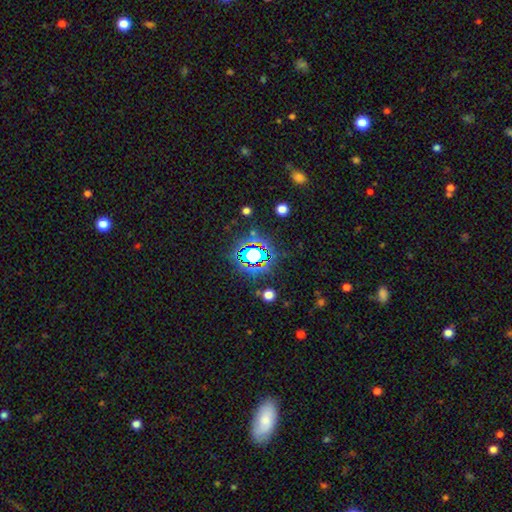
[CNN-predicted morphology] type=star or artifact (76%).